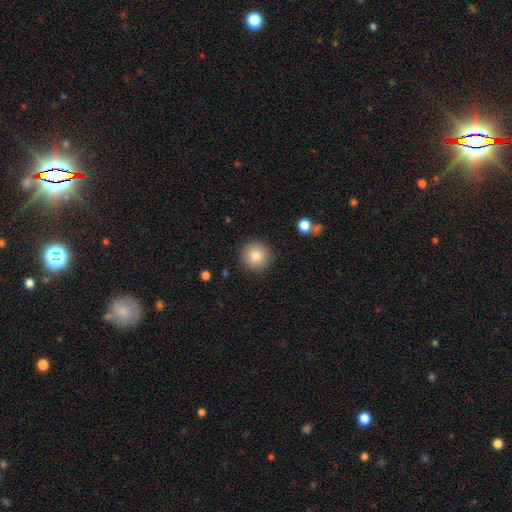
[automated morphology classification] type=smooth (82%); roundness=round (95%); merging=none (90%).